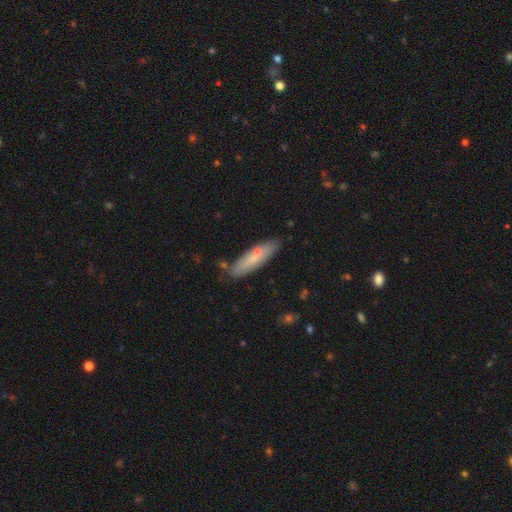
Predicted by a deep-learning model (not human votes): Smooth or featured? smooth (64%)
How rounded? cigar-shaped (70%)
Merging? none (79%)